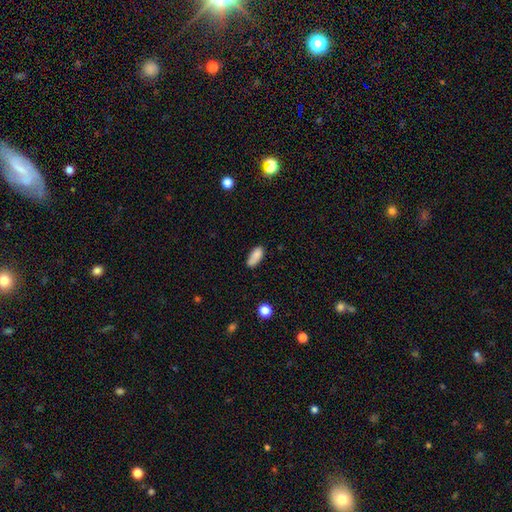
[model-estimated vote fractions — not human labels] Q: Smooth or featured?
A: smooth (85%); runner-up: star or artifact (9%)
Q: How rounded?
A: in between (83%); runner-up: cigar-shaped (14%)
Q: Merging?
A: none (66%); runner-up: minor disturbance (24%)